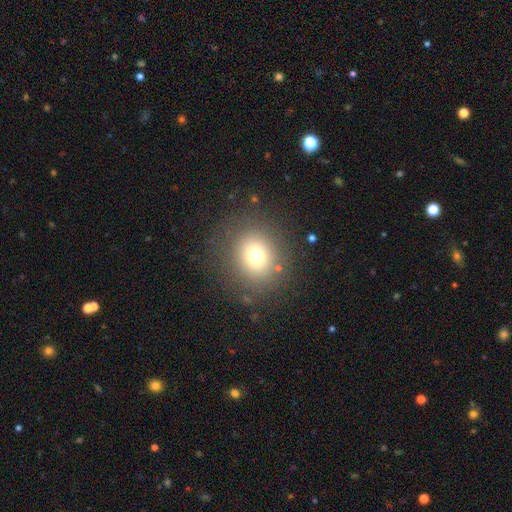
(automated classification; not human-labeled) Overall: smooth (73%). How rounded: round (79%). Merging: none (83%).